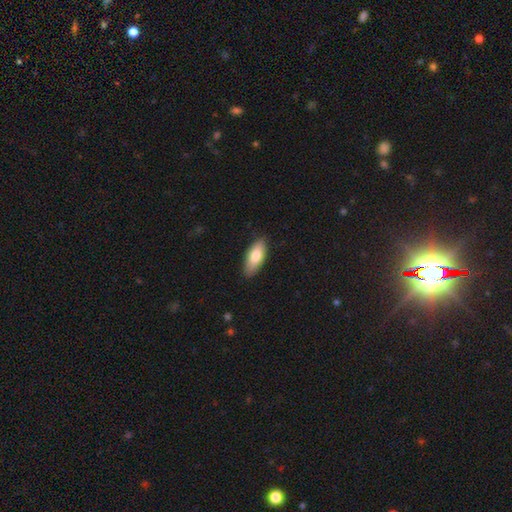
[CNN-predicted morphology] smooth-or-featured: smooth: 80% | featured or disk: 15% | star or artifact: 6%
  how-rounded: in between: 79% | cigar-shaped: 19% | round: 2%
  merging: none: 86% | minor disturbance: 11% | major disturbance: 2% | merger: 1%